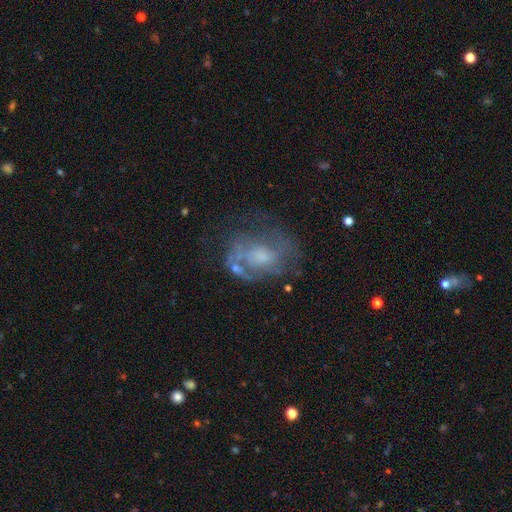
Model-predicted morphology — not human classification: Smooth or featured? Predicted: featured or disk (p=0.61). Edge-on disk? Predicted: no (p=0.96). Bar? Predicted: no (p=0.69). Spiral arms? Predicted: yes (p=0.59). Bulge size? Predicted: moderate (p=0.43). Merging? Predicted: none (p=0.55).